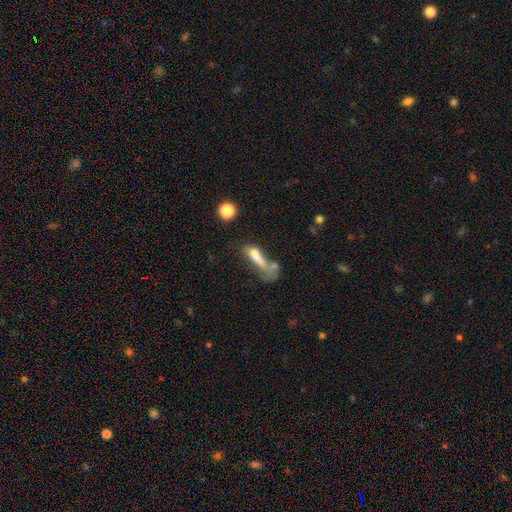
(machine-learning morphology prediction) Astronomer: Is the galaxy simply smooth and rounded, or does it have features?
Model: smooth — 55% (runner-up: featured or disk, 32%).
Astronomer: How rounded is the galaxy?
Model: cigar-shaped — 67%.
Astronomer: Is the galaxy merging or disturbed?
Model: major disturbance — 39% (runner-up: merger, 23%).